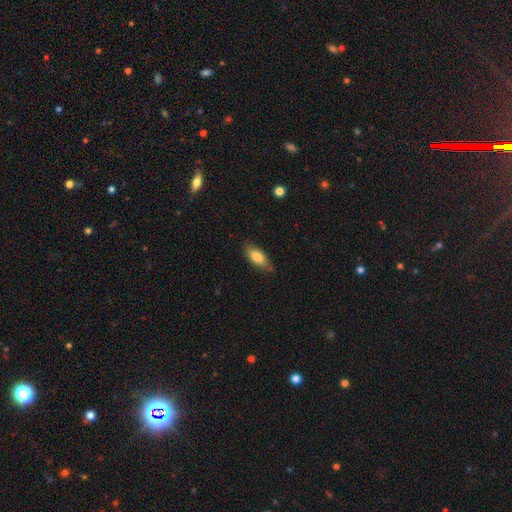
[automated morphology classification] Smooth or featured?
  - smooth: 80% *
  - featured or disk: 14%
  - star or artifact: 6%
How rounded?
  - in between: 79% *
  - cigar-shaped: 19%
  - round: 2%
Merging?
  - none: 79% *
  - minor disturbance: 17%
  - major disturbance: 3%
  - merger: 1%